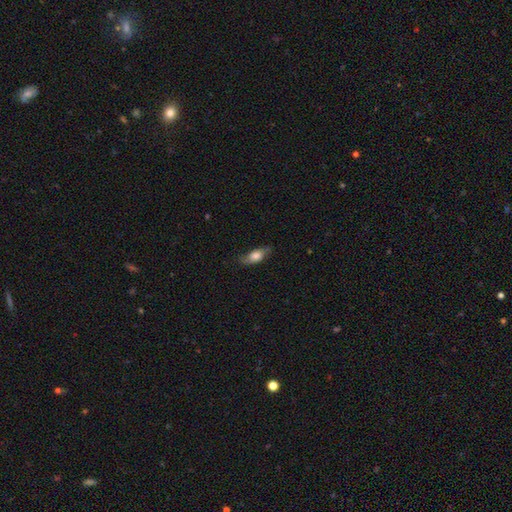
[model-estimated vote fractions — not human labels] Smooth or featured? Predicted: smooth (p=0.67). How rounded? Predicted: in between (p=0.78). Merging? Predicted: none (p=0.69).